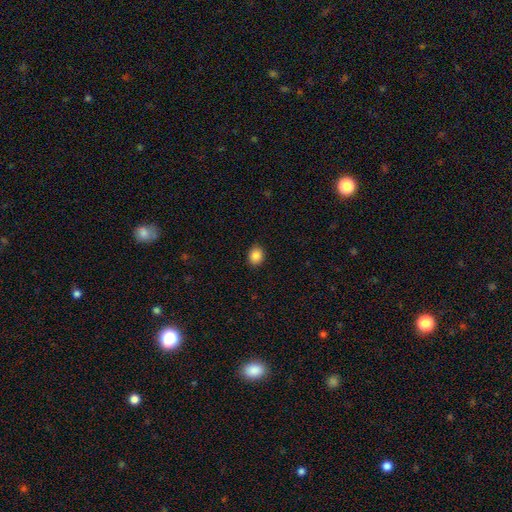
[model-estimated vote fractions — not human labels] Smooth or featured?
  - smooth: 87% *
  - star or artifact: 9%
  - featured or disk: 3%
How rounded?
  - round: 59% *
  - in between: 40%
  - cigar-shaped: 1%
Merging?
  - none: 90% *
  - minor disturbance: 7%
  - major disturbance: 2%
  - merger: 1%